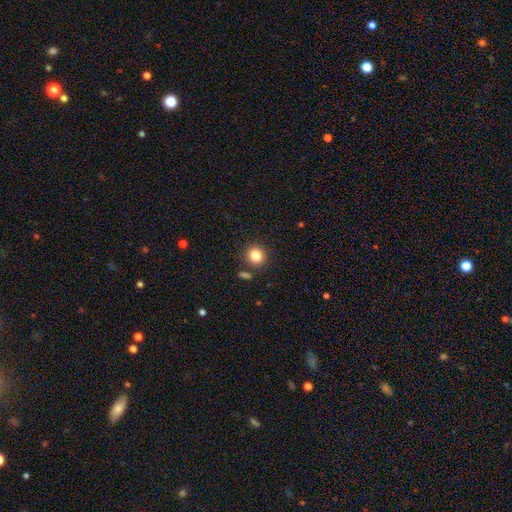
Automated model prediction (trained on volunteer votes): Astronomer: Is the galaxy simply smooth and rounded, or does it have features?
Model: smooth — 83%.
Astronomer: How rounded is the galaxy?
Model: round — 87%.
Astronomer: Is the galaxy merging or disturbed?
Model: none — 86%.